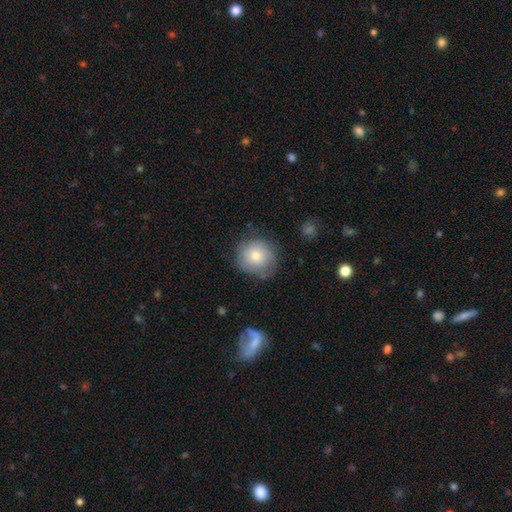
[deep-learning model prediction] The model was most divided on "smooth or featured": smooth: 72%, featured or disk: 20%, star or artifact: 8%. More confident: how rounded — round (90%); merging — none (73%).